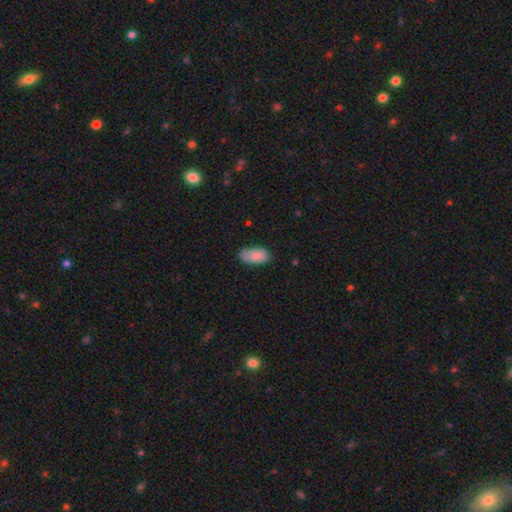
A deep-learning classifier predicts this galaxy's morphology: A smooth galaxy with no disk features (86%) that is in between round and cigar-shaped (94%).

Vote fractions:
- Smooth or featured? smooth: 86% / featured or disk: 7% / star or artifact: 7%
- How rounded? in between: 94% / cigar-shaped: 4% / round: 3%
- Merging? none: 72% / minor disturbance: 23% / major disturbance: 4% / merger: 1%